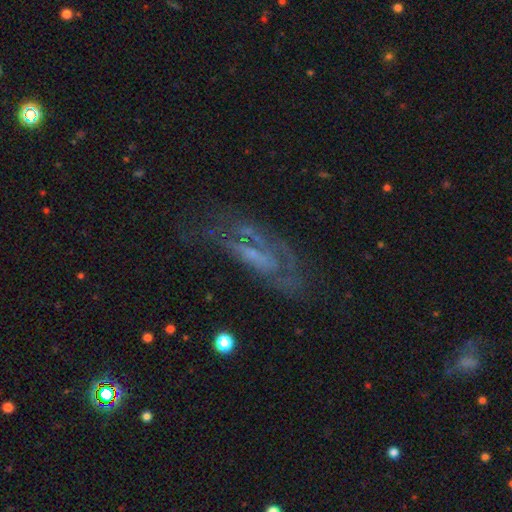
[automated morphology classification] featured or disk 71%, smooth 17%, star or artifact 12%. Down the decision tree: edge-on disk — no (86%); bar — no (52%); spiral arms — yes (69%); bulge size — small (48%); merging — none (52%).